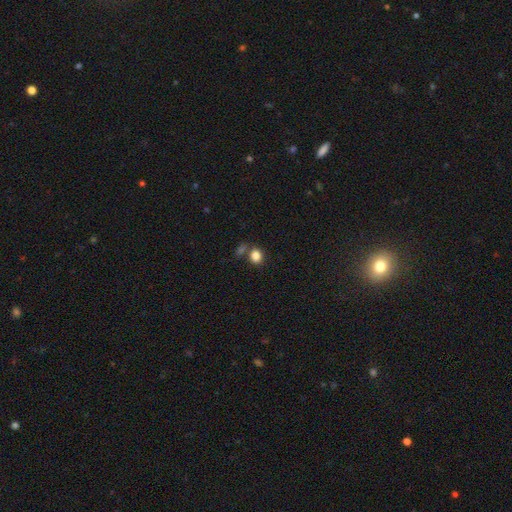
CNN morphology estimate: The model was most divided on "how rounded": round: 63%, in between: 36%, cigar-shaped: 1%. More confident: smooth or featured — smooth (84%); merging — none (66%).